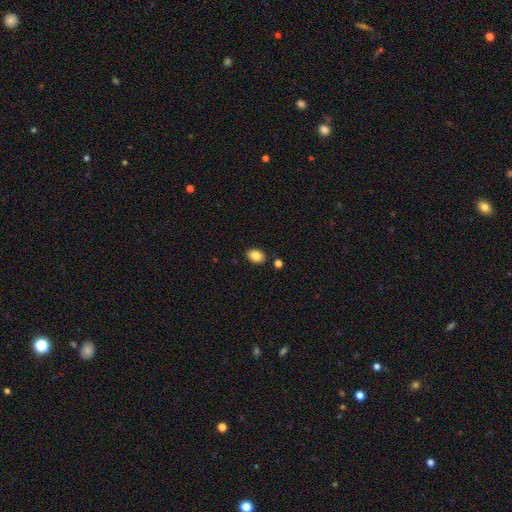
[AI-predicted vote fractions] This appears to be a smooth galaxy with no disk features (84%) that is in between round and cigar-shaped (81%). Merging: none (86%).